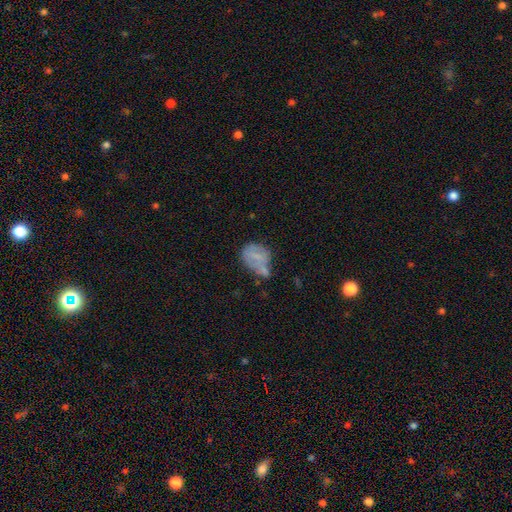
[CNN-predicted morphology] smooth 60%, featured or disk 29%, star or artifact 11%. Down the decision tree: how rounded — in between (56%); merging — none (35%).